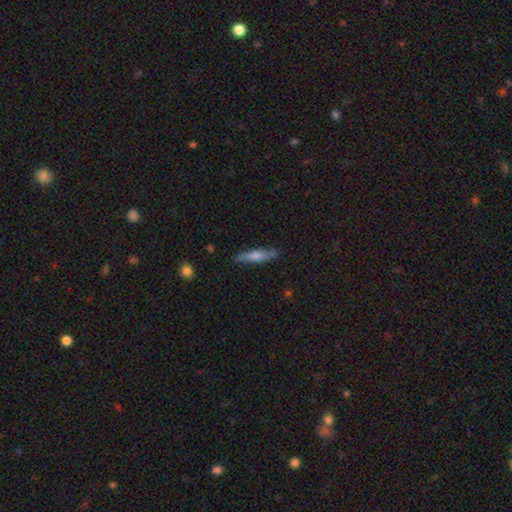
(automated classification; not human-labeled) Smooth or featured?
  - featured or disk: 53% *
  - smooth: 39%
  - star or artifact: 8%
Edge-on disk?
  - yes: 92% *
  - no: 8%
Merging?
  - none: 88% *
  - minor disturbance: 9%
  - major disturbance: 2%
  - merger: 1%